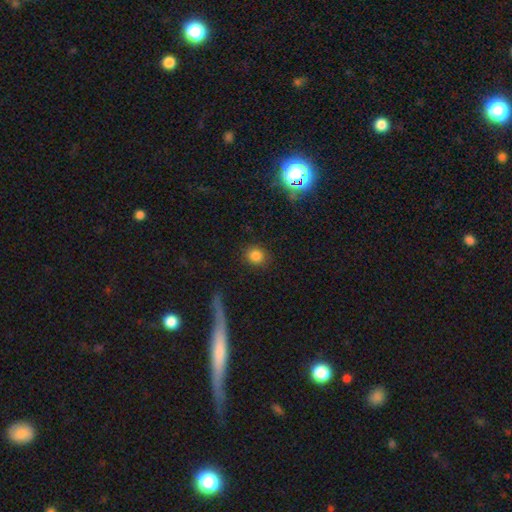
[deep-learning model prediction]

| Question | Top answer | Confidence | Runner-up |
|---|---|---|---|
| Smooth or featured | smooth | 84% | star or artifact (11%) |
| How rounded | round | 84% | in between (14%) |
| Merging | none | 88% | minor disturbance (8%) |